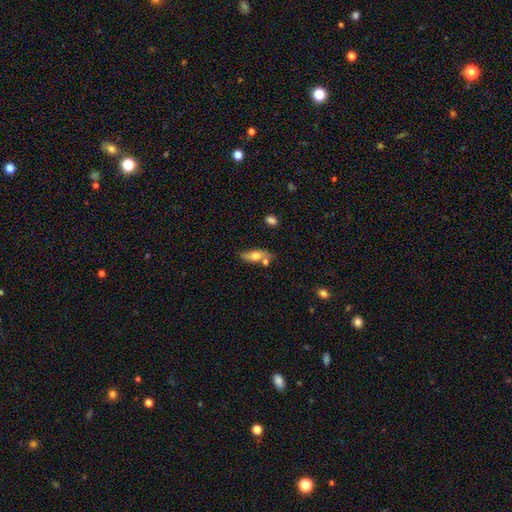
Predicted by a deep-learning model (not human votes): Overall: smooth (64%; featured or disk 29%). How rounded: in between (71%). Merging: none (64%).